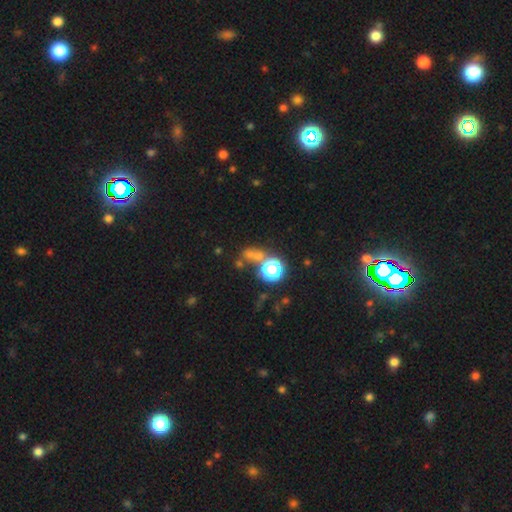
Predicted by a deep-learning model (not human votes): A smooth galaxy with no disk features (50%). Merging: none (48%).